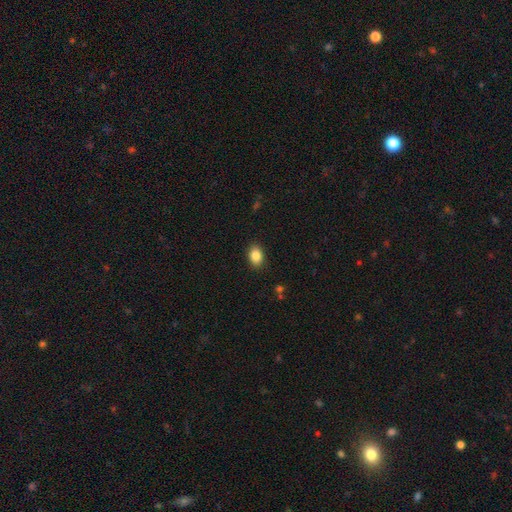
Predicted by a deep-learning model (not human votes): Q: Smooth or featured?
A: smooth (87%); runner-up: star or artifact (8%)
Q: How rounded?
A: in between (80%); runner-up: round (18%)
Q: Merging?
A: none (88%); runner-up: minor disturbance (9%)